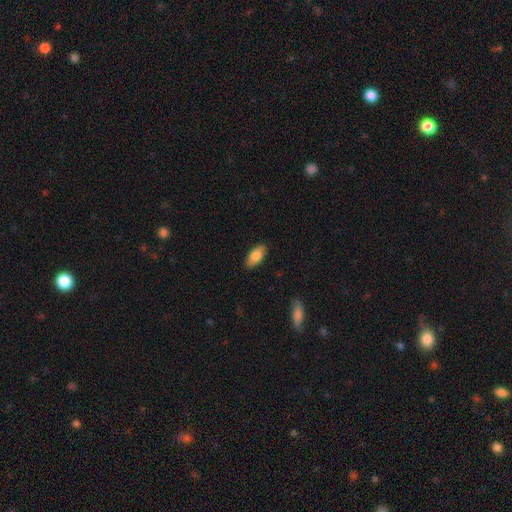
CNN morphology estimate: A smooth galaxy with no disk features (84%) that is in between round and cigar-shaped (89%).

Vote fractions:
- Smooth or featured? smooth: 84% / featured or disk: 10% / star or artifact: 6%
- How rounded? in between: 89% / cigar-shaped: 8% / round: 2%
- Merging? none: 89% / minor disturbance: 8% / major disturbance: 2% / merger: 1%